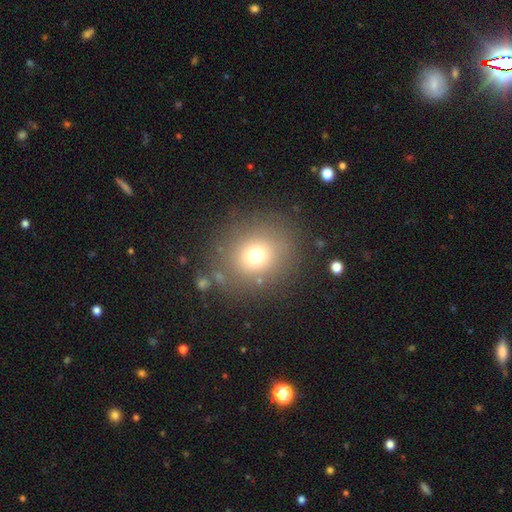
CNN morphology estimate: smooth-or-featured: smooth: 71% | star or artifact: 17% | featured or disk: 13%
  how-rounded: round: 82% | in between: 17% | cigar-shaped: 1%
  merging: none: 82% | minor disturbance: 9% | major disturbance: 6% | merger: 3%